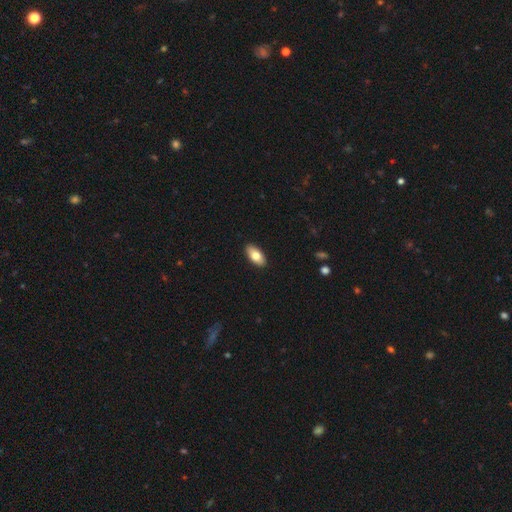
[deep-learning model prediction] This appears to be a smooth galaxy with no disk features (77%) that is in between round and cigar-shaped (91%). Merging: none (90%).